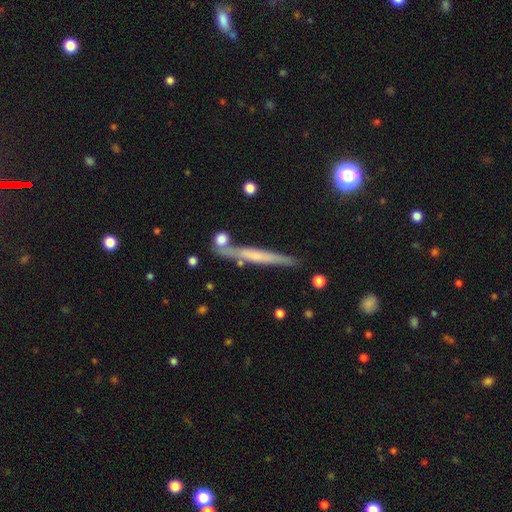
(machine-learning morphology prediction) Q: Smooth or featured?
A: featured or disk (53%); runner-up: smooth (40%)
Q: Edge-on disk?
A: yes (95%); runner-up: no (5%)
Q: Edge-on bulge?
A: none (62%); runner-up: rounded (25%)
Q: Merging?
A: none (76%); runner-up: minor disturbance (12%)